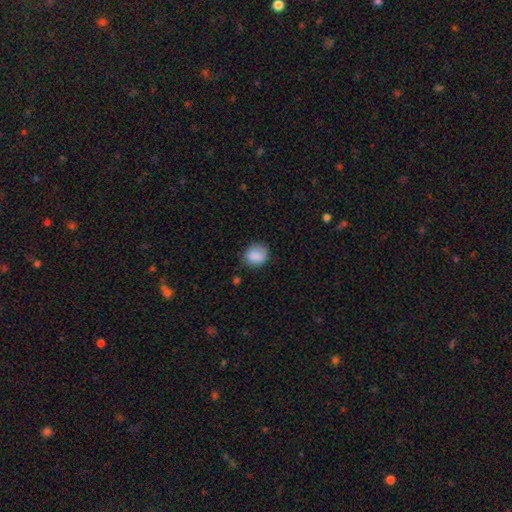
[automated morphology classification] Overall: smooth (85%). How rounded: round (67%; in between 32%). Merging: none (73%).